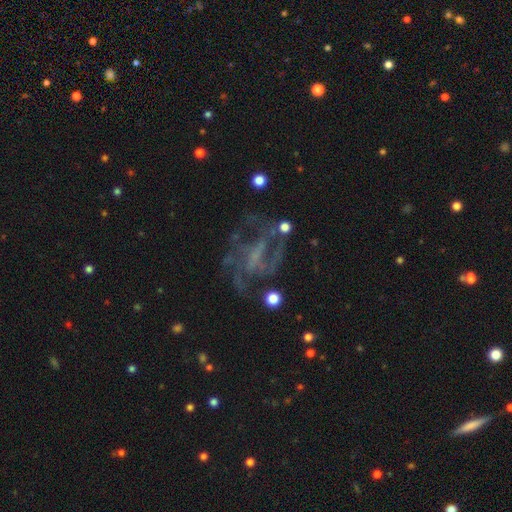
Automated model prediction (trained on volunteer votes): Smooth or featured? Predicted: featured or disk (p=0.74). Edge-on disk? Predicted: no (p=0.97). Bar? Predicted: weak (p=0.41). Spiral arms? Predicted: yes (p=0.78). Spiral winding? Predicted: medium (p=0.46). Spiral arm count? Predicted: can't tell (p=0.34). Bulge size? Predicted: none (p=0.58). Merging? Predicted: none (p=0.52).